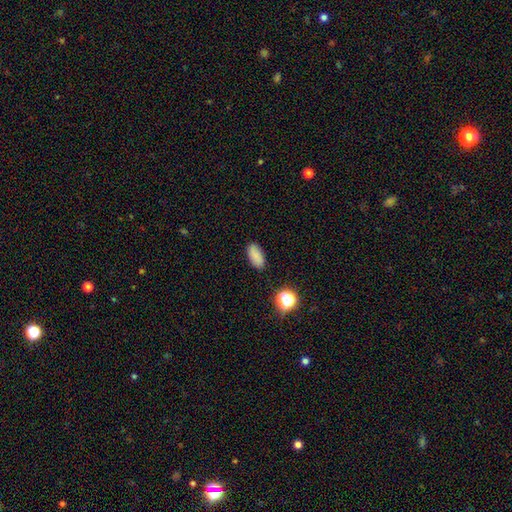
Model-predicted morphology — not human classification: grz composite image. It shows a smooth galaxy with no disk features (84%) that is in between round and cigar-shaped (91%). Merging: none (87%).